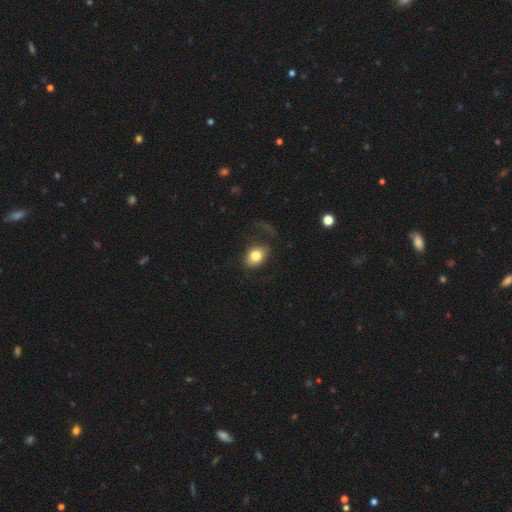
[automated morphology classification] Smooth or featured? Predicted: smooth (p=0.76). How rounded? Predicted: in between (p=0.69). Merging? Predicted: none (p=0.64).